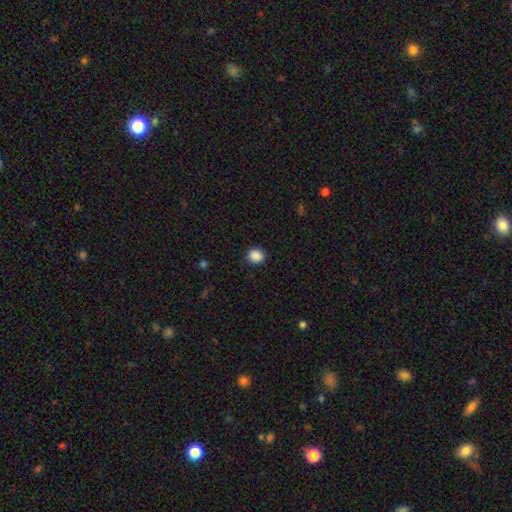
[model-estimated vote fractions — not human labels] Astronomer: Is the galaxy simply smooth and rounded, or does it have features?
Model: smooth — 88%.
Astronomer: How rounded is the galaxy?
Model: round — 80%.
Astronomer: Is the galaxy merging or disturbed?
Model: none — 89%.